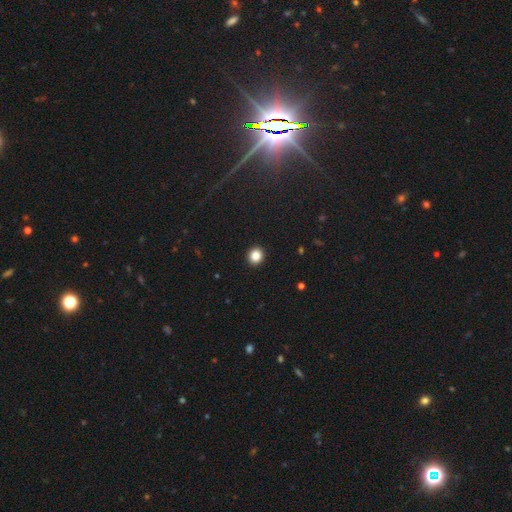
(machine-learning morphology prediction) Smooth or featured? smooth (86%)
How rounded? round (86%)
Merging? none (93%)